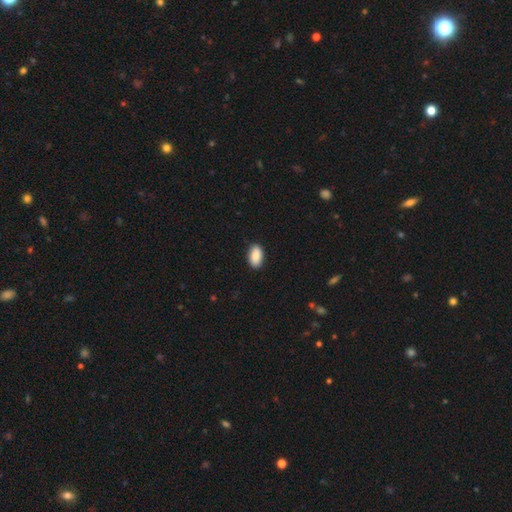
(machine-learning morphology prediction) This is clearly a smooth galaxy (90%). How rounded: clearly in between (94%). Merging: clearly none (89%).